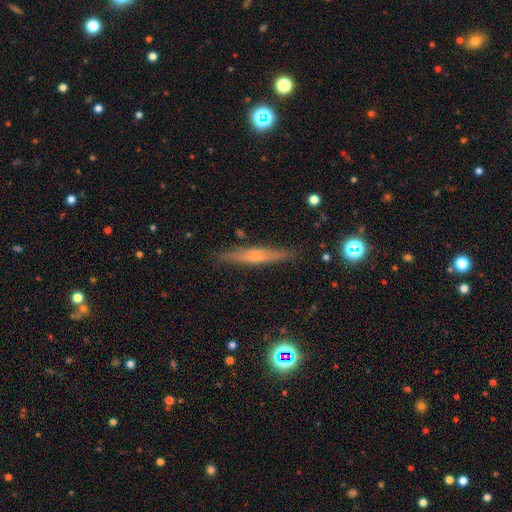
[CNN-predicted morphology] Smooth or featured?
  - featured or disk: 54% *
  - smooth: 38%
  - star or artifact: 8%
Edge-on disk?
  - yes: 95% *
  - no: 5%
Edge-on bulge?
  - rounded: 58% *
  - none: 29%
  - boxy: 12%
Merging?
  - none: 87% *
  - minor disturbance: 9%
  - major disturbance: 2%
  - merger: 2%